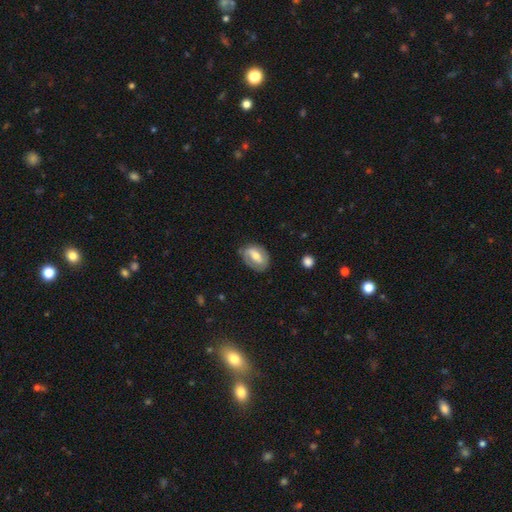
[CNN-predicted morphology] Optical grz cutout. It shows a featured or disk galaxy (58%) with a strong bar (41%), spiral arms (71%) and a moderate central bulge (59%). Merging: none (69%).